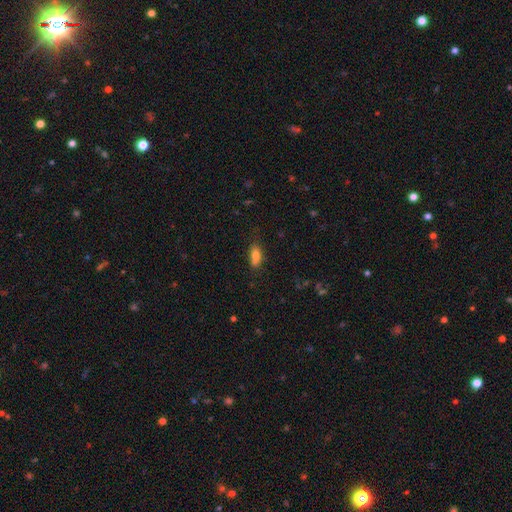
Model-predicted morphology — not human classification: Smooth or featured: smooth — 77% (featured or disk — 15%)
How rounded: in between — 79% (cigar-shaped — 16%)
Merging: none — 64% (minor disturbance — 21%)